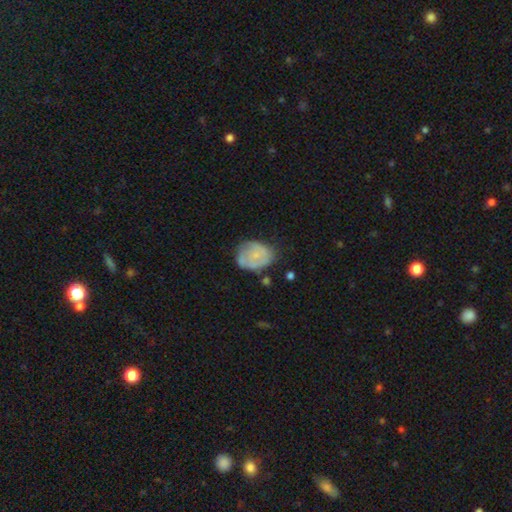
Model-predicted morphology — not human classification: This is possibly a smooth galaxy (48%). Merging: possibly none (51%).